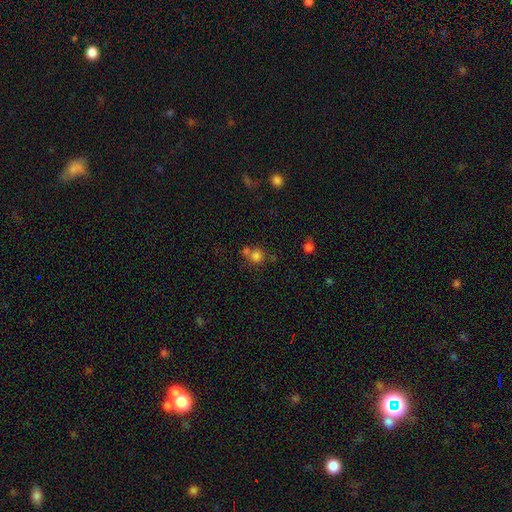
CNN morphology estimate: Smooth or featured? smooth (78%)
How rounded? round (88%)
Merging? none (55%)